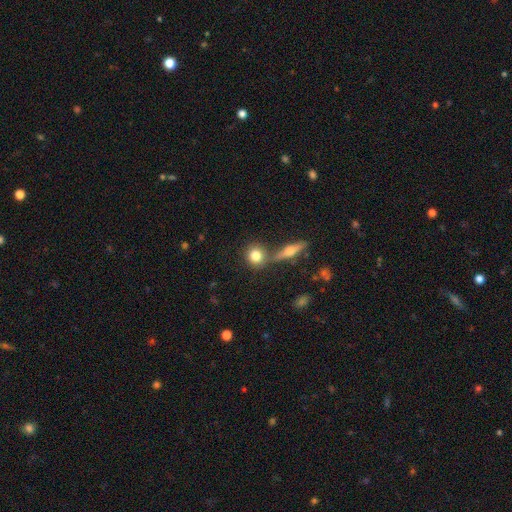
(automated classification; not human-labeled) Smooth or featured? Predicted: smooth (p=0.79). How rounded? Predicted: round (p=0.80). Merging? Predicted: none (p=0.65).